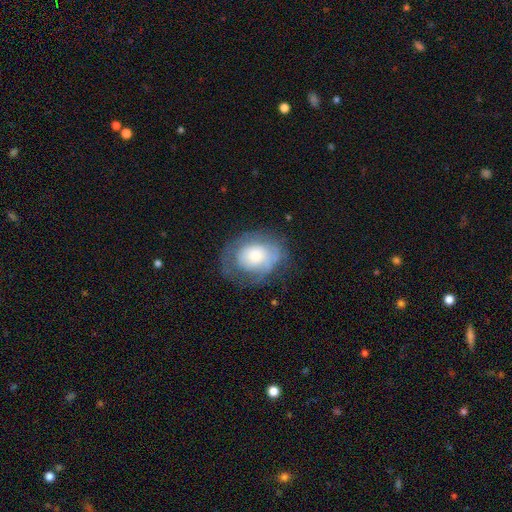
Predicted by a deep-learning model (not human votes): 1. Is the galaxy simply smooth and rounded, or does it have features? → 53% smooth, 39% featured or disk, 8% star or artifact.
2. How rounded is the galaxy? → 50% in between, 49% round, 1% cigar-shaped.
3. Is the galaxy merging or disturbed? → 52% none, 27% minor disturbance, 20% major disturbance, 2% merger.